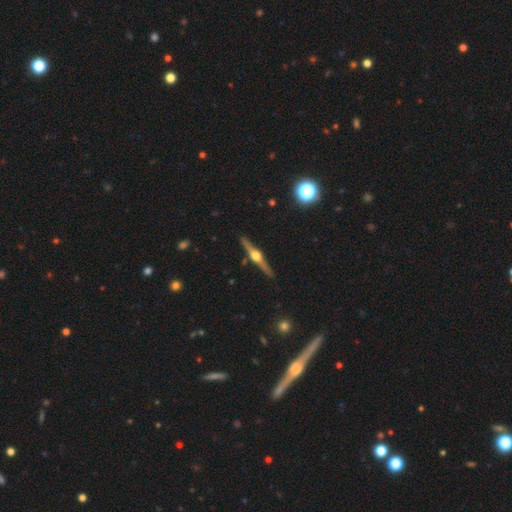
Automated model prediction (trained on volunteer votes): Smooth or featured? Predicted: featured or disk (p=0.85). Edge-on disk? Predicted: yes (p=0.98). Edge-on bulge? Predicted: rounded (p=0.96). Merging? Predicted: none (p=0.91).